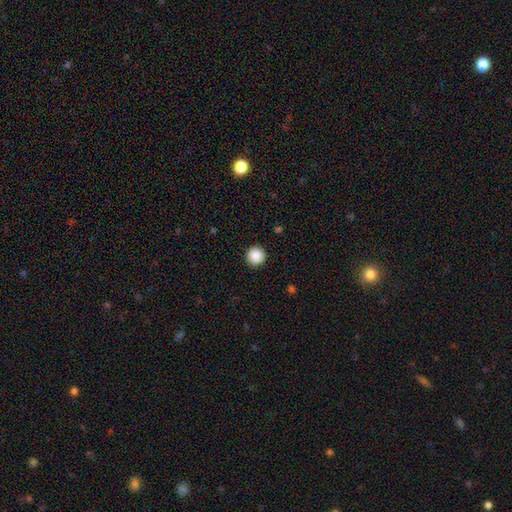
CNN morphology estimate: This appears to be a smooth galaxy with no disk features (88%) that is round (96%). Merging: none (92%).